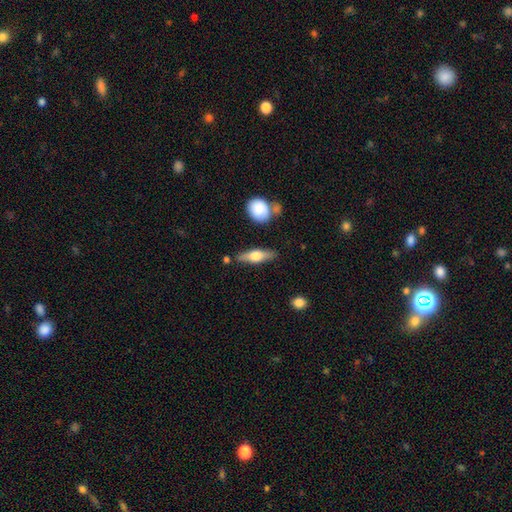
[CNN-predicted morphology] Smooth or featured? smooth (47%, tied with featured or disk)
Merging? none (79%)